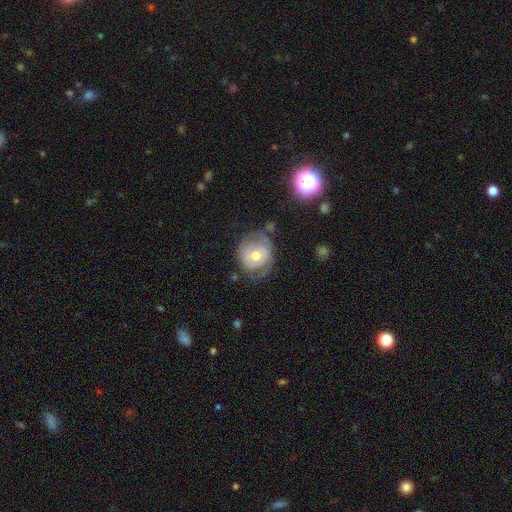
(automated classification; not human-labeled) Overall: featured or disk (73%). Edge-on disk: no (97%). Bar: no (73%). Spiral arms: yes (83%). Spiral arm count: 2 (55%; can't tell 27%). Spiral winding: tight (65%; medium 26%). Bulge size: moderate (75%). Merging: none (60%; minor disturbance 23%).